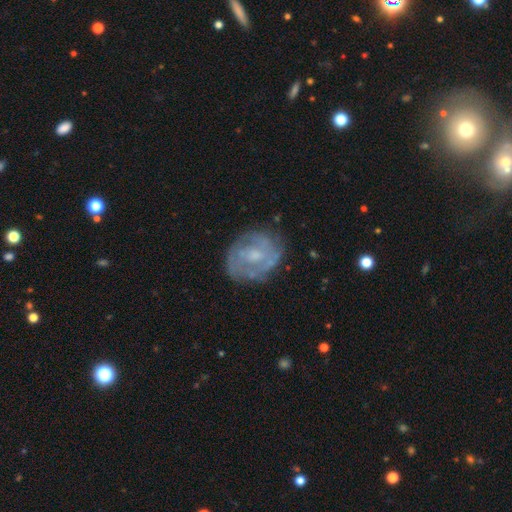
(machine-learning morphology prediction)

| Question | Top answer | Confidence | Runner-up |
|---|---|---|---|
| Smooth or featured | featured or disk | 69% | smooth (24%) |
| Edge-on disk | no | 97% | yes (3%) |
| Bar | no | 62% | weak (33%) |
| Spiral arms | yes | 66% | no (34%) |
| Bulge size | moderate | 46% | small (41%) |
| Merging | none | 73% | minor disturbance (18%) |